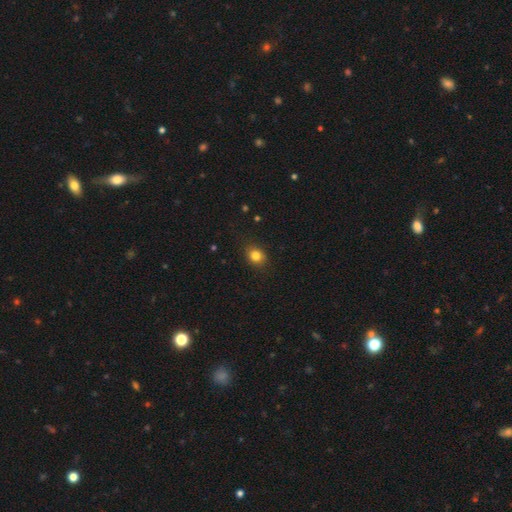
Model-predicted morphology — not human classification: Smooth or featured? smooth (83%)
How rounded? round (59%)
Merging? none (85%)